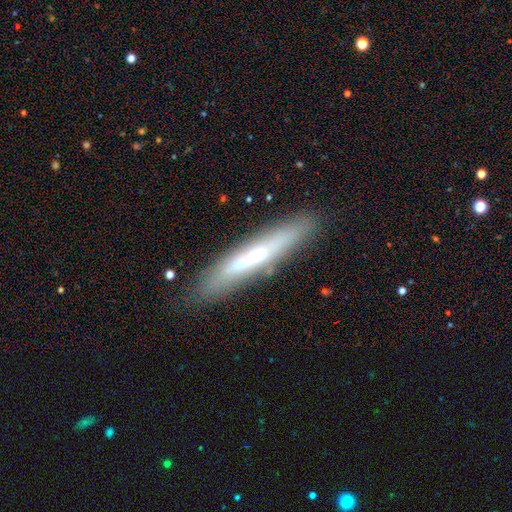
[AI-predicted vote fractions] The model was most divided on "smooth or featured": featured or disk: 56%, smooth: 35%, star or artifact: 9%. More confident: merging — none (74%); edge-on disk — yes (72%).